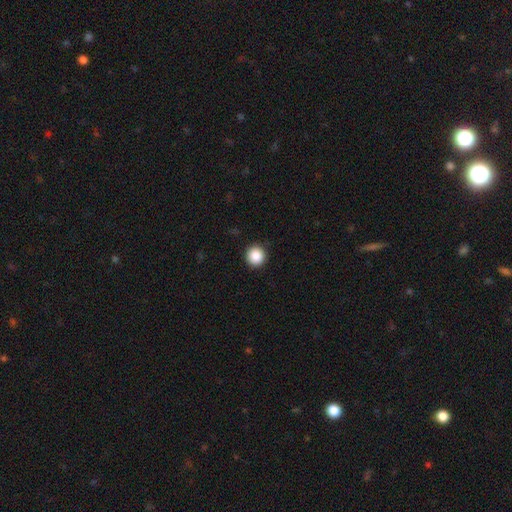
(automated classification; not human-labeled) This appears to be a smooth galaxy with no disk features (88%) that is round (96%). Merging: none (92%).